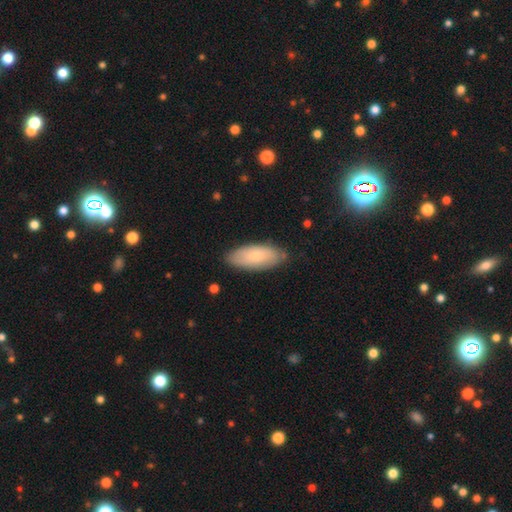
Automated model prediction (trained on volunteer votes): Smooth or featured? Predicted: smooth (p=0.70). How rounded? Predicted: in between (p=0.84). Merging? Predicted: none (p=0.81).